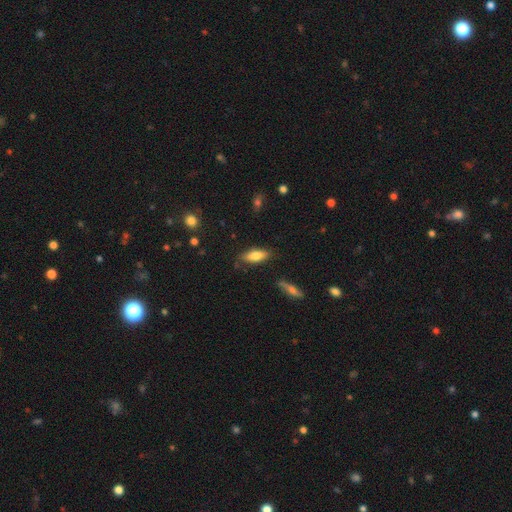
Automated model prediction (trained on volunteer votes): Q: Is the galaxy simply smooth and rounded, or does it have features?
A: smooth — 76%.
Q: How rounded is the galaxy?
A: in between — 65%.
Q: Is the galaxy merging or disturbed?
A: none — 79%.